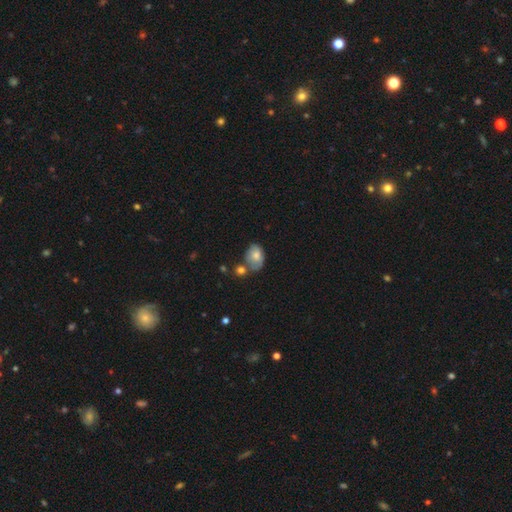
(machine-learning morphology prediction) The model was most divided on "merging": none: 38%, minor disturbance: 27%, merger: 25%, major disturbance: 10%. More confident: how rounded — in between (74%); smooth or featured — smooth (72%).